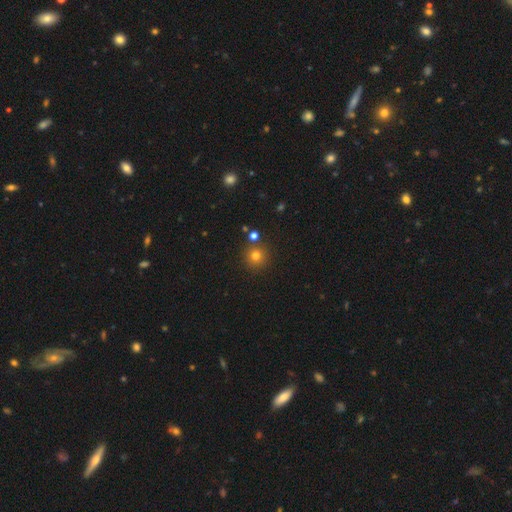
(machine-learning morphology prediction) A smooth galaxy with no disk features (76%) that is round (94%).

Vote fractions:
- Smooth or featured? smooth: 76% / star or artifact: 17% / featured or disk: 7%
- How rounded? round: 94% / in between: 5% / cigar-shaped: 1%
- Merging? none: 83% / merger: 7% / minor disturbance: 7% / major disturbance: 2%